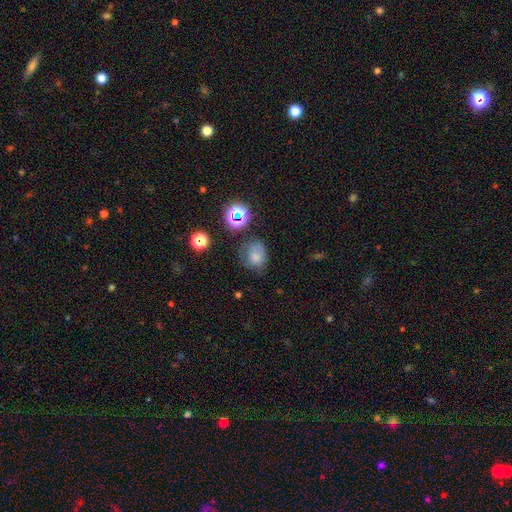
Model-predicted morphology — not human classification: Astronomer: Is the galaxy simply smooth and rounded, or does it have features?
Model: smooth — 69%.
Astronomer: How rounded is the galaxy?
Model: round — 64%.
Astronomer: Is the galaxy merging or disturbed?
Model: none — 51% (runner-up: minor disturbance, 29%).